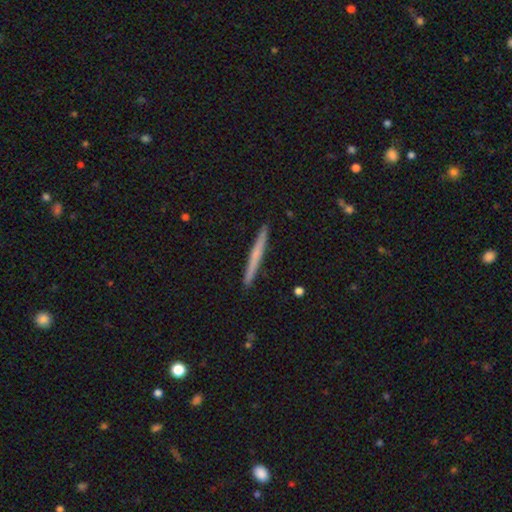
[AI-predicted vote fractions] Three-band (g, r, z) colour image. It shows a smooth galaxy with no disk features (50%). Merging: none (92%).